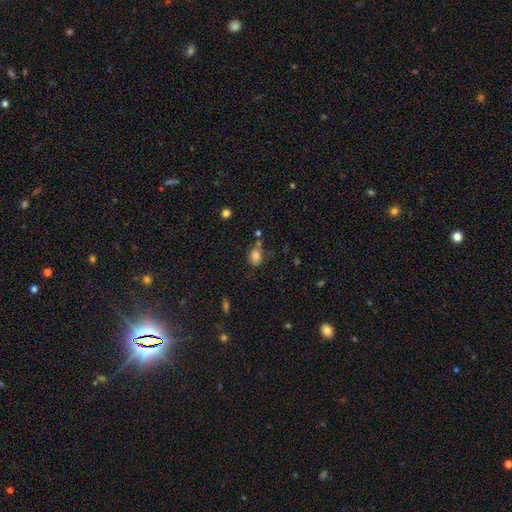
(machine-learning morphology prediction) This appears to be a smooth galaxy with no disk features (80%) that is in between round and cigar-shaped (66%). Merging: none (61%).